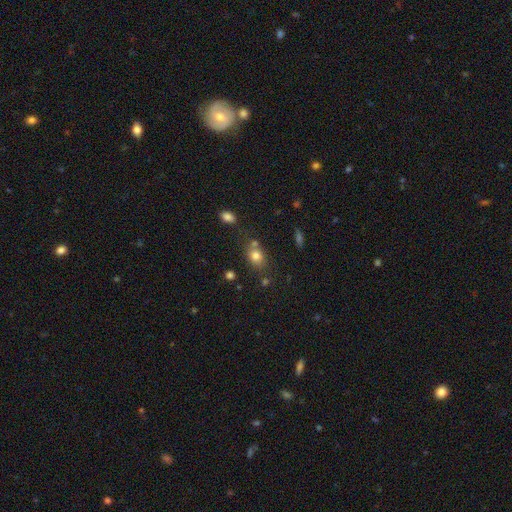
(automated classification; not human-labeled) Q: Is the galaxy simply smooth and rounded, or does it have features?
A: smooth — 78%.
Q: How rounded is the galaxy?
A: in between — 59%.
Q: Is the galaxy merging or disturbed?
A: none — 61%.